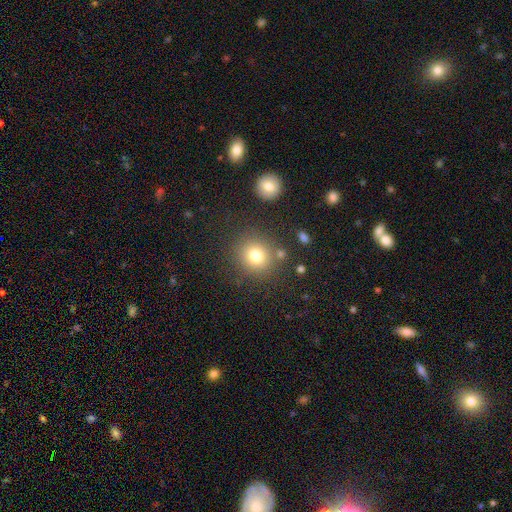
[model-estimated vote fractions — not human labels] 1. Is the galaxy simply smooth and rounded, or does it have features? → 78% smooth, 13% star or artifact, 9% featured or disk.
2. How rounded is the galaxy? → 88% round, 11% in between, 1% cigar-shaped.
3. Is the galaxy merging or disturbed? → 82% none, 9% minor disturbance, 5% merger, 4% major disturbance.